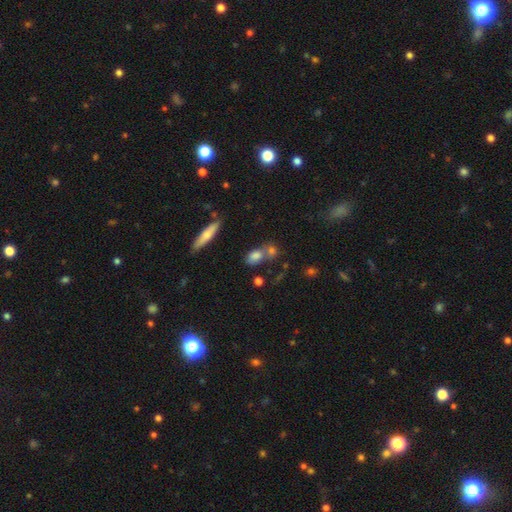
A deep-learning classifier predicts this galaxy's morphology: Smooth or featured: smooth — 75% (featured or disk — 13%)
How rounded: in between — 64% (round — 28%)
Merging: none — 44% (merger — 39%)